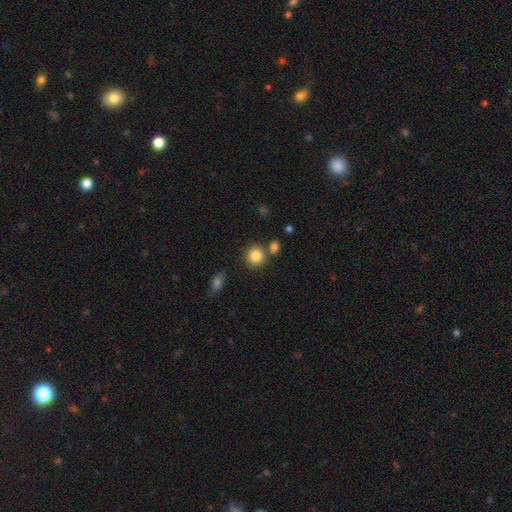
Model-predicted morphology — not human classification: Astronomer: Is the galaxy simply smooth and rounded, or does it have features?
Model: smooth — 85%.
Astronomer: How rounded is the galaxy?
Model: round — 88%.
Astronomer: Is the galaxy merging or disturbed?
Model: none — 74%.